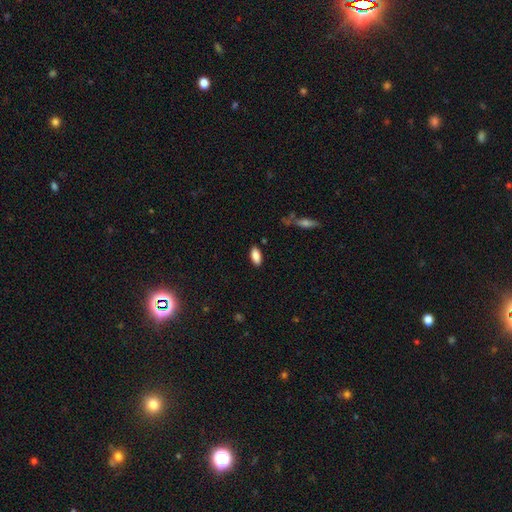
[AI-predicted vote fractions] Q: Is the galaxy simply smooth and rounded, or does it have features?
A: smooth — 87%.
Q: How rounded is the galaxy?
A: in between — 86%.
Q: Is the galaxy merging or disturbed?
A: none — 86%.